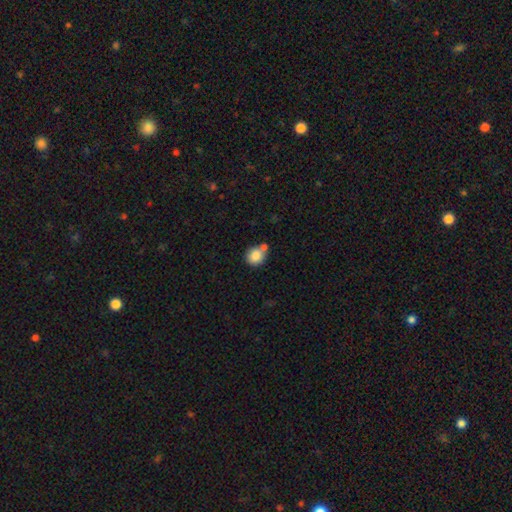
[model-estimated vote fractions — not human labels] This appears to be a smooth galaxy with no disk features (84%) that is round (84%). Merging: none (57%).